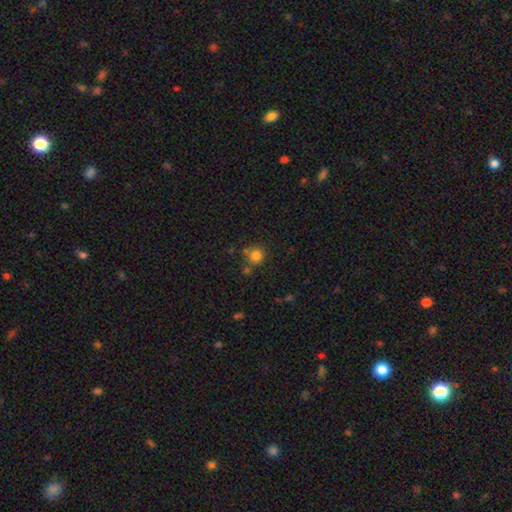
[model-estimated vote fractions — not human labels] Overall: smooth (80%). How rounded: round (89%). Merging: none (71%).